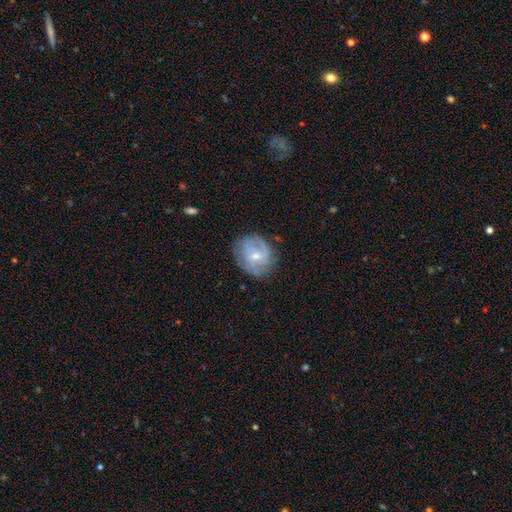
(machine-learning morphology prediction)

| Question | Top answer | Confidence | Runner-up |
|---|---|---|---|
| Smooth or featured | featured or disk | 60% | smooth (32%) |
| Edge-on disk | no | 97% | yes (3%) |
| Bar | weak | 47% | no (43%) |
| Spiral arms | yes | 77% | no (23%) |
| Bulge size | small | 54% | moderate (41%) |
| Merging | none | 69% | minor disturbance (21%) |